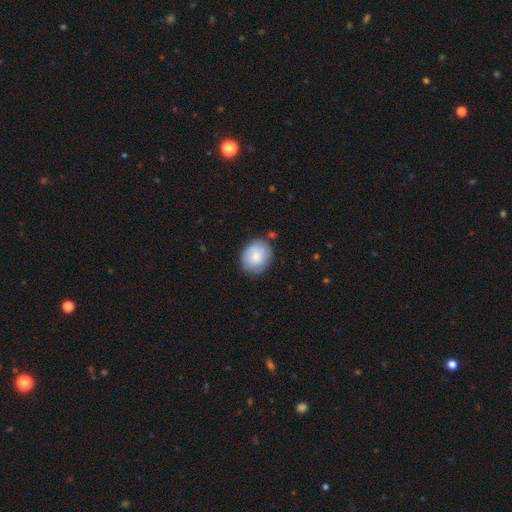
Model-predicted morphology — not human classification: This is likely a smooth galaxy (72%). How rounded: possibly round (57%). Merging: likely none (76%).